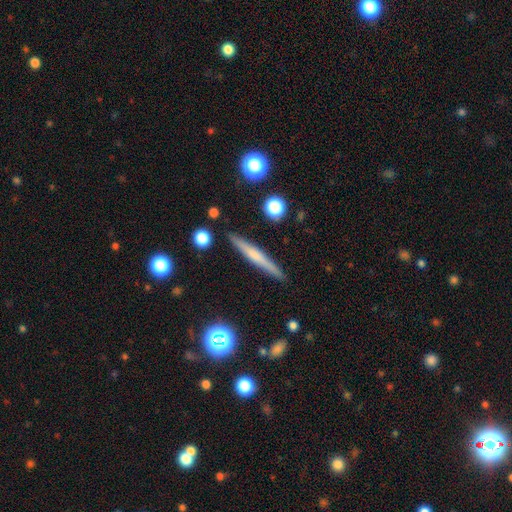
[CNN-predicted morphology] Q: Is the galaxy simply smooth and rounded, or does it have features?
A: featured or disk — 48%.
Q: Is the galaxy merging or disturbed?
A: none — 91%.